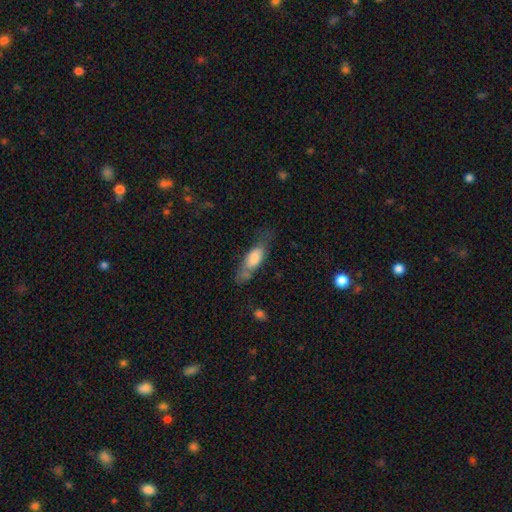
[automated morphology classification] Smooth or featured: smooth — 47% (featured or disk — 41%)
Merging: none — 66% (minor disturbance — 21%)